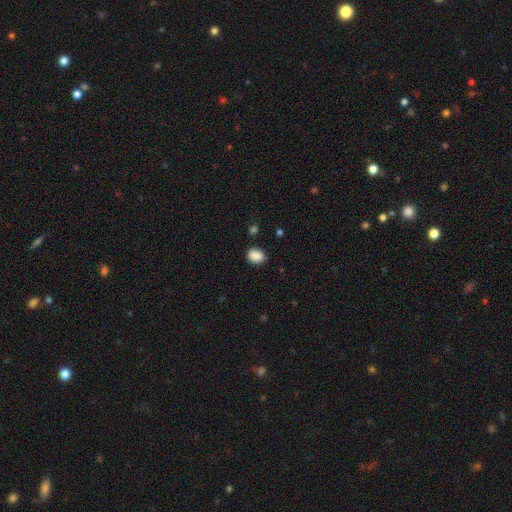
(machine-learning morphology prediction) smooth 88%, star or artifact 9%, featured or disk 4%. Down the decision tree: how rounded — in between (55%); merging — none (82%).